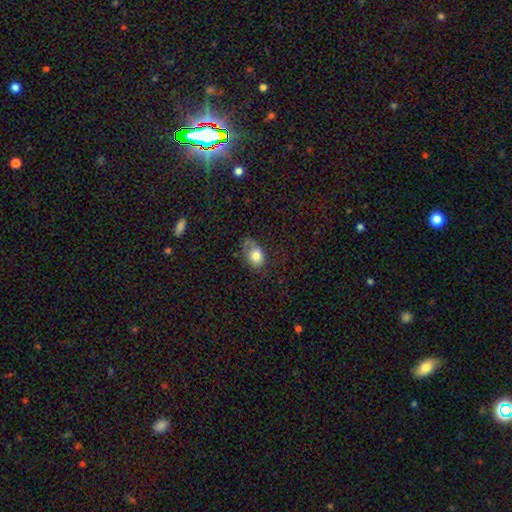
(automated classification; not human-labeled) A smooth galaxy with no disk features (77%) that is in between round and cigar-shaped (77%). Merging: none (41%).